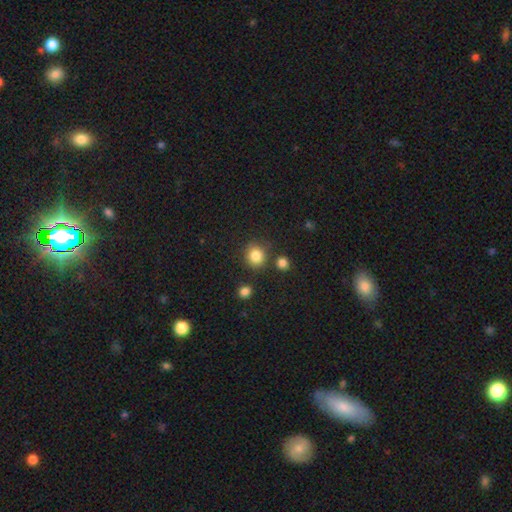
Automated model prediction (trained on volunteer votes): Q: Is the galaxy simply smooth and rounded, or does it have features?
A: smooth — 84%.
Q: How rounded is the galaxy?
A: round — 84%.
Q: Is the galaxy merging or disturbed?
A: none — 80%.